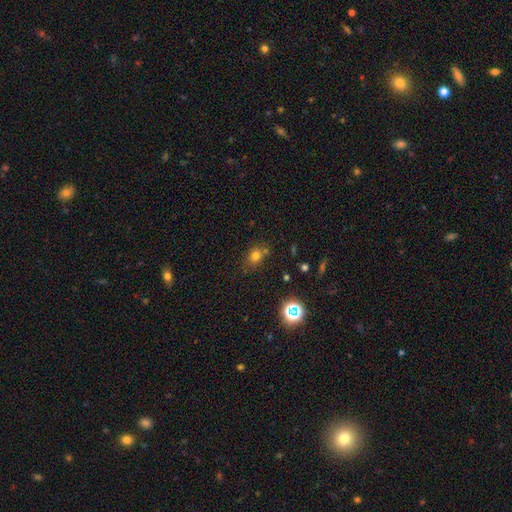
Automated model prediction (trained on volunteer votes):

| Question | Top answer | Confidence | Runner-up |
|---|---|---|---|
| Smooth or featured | smooth | 71% | star or artifact (20%) |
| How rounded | round | 56% | in between (43%) |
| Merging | none | 65% | minor disturbance (16%) |